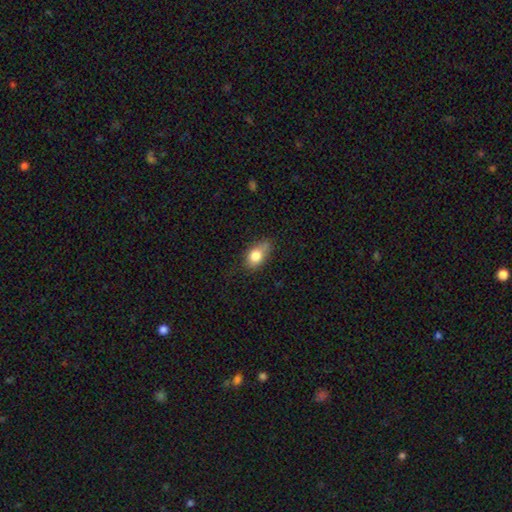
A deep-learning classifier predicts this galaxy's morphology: smooth-or-featured: smooth: 80% | featured or disk: 11% | star or artifact: 8%
  how-rounded: in between: 80% | round: 16% | cigar-shaped: 3%
  merging: none: 57% | minor disturbance: 32% | major disturbance: 8% | merger: 3%